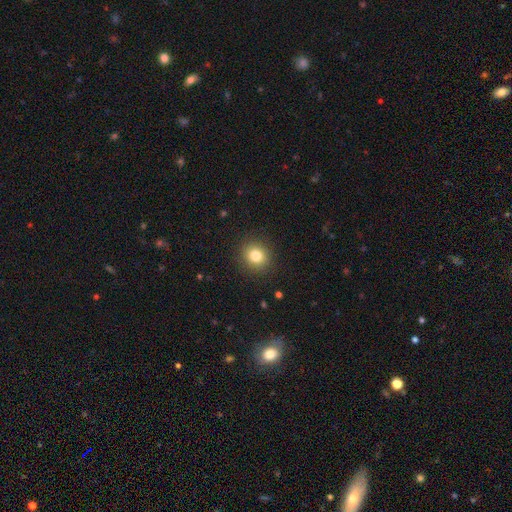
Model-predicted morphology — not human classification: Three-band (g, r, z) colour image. It shows a smooth galaxy with no disk features (81%) that is round (85%). Merging: none (91%).